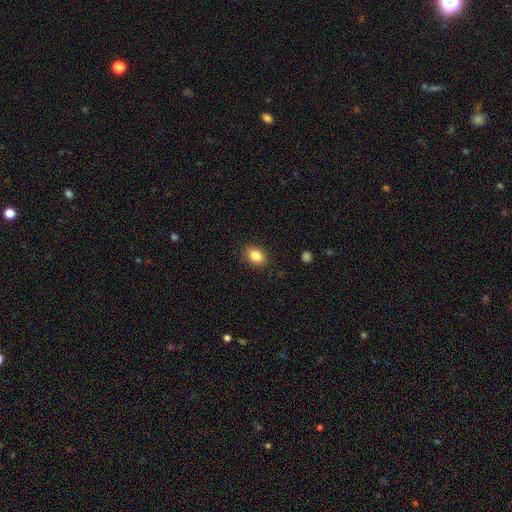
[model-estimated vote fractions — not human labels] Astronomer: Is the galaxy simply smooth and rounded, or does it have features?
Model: smooth — 84%.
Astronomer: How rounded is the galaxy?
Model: in between — 71%.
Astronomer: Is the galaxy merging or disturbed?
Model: none — 88%.